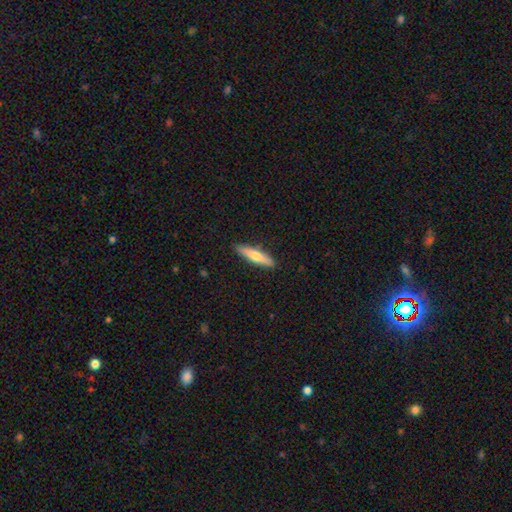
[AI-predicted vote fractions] A smooth galaxy with no disk features (61%) that is cigar-shaped (80%). Merging: none (90%).